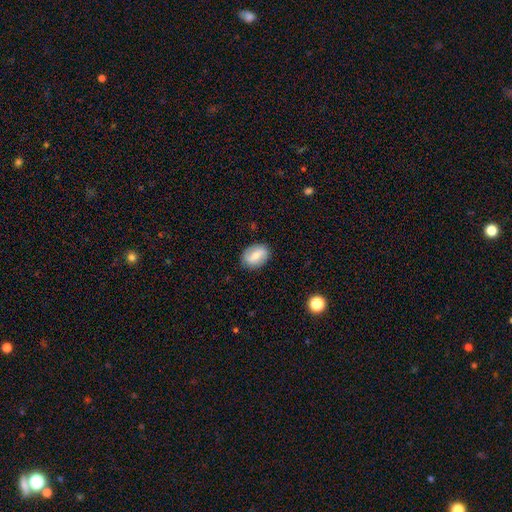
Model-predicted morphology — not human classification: type=smooth (55%); roundness=in between (74%); merging=none (86%).